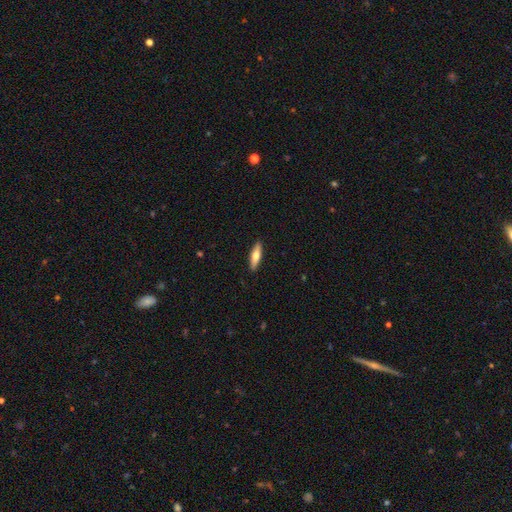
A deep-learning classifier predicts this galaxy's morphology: Smooth or featured: smooth — 64% (featured or disk — 31%)
How rounded: cigar-shaped — 64% (in between — 35%)
Merging: none — 91% (minor disturbance — 7%)